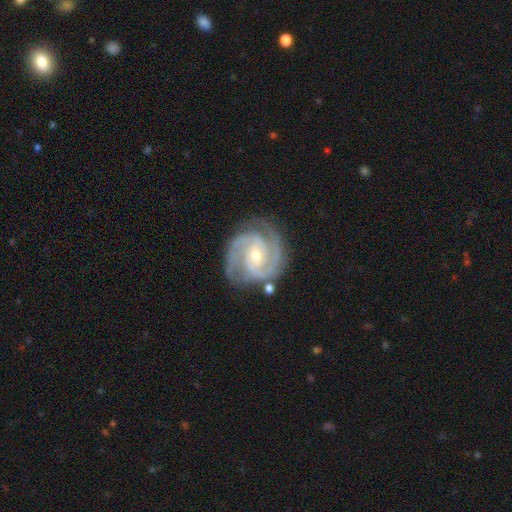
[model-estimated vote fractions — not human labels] This appears to be a featured or disk galaxy (93%) with a weak bar (46%), 2 (68%) tight (64%) spiral arms (99%) and a small central bulge (49%). Merging: none (80%).